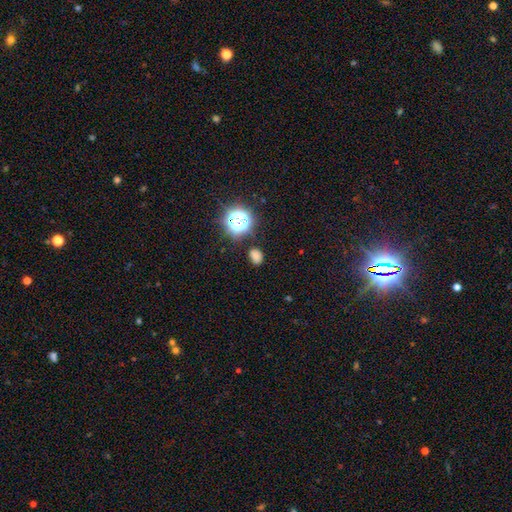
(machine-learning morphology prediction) smooth-or-featured: smooth: 67% | star or artifact: 27% | featured or disk: 6%
  how-rounded: in between: 58% | round: 41% | cigar-shaped: 1%
  merging: none: 80% | minor disturbance: 12% | major disturbance: 4% | merger: 3%